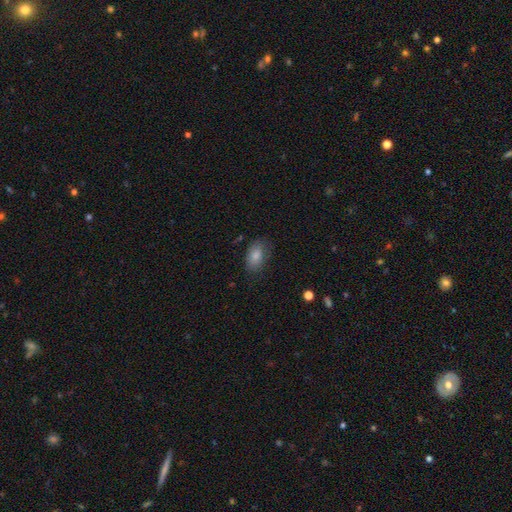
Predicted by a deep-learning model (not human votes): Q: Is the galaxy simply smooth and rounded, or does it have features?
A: smooth — 82%.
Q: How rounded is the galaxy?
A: in between — 91%.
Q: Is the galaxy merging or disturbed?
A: none — 70%.